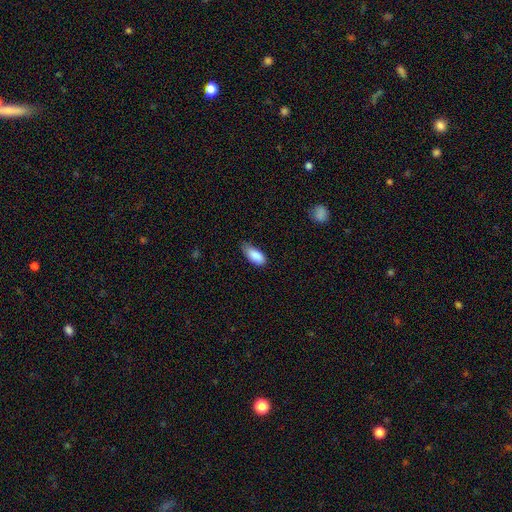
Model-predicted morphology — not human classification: This appears to be a smooth galaxy with no disk features (88%) that is in between round and cigar-shaped (89%). Merging: none (55%).